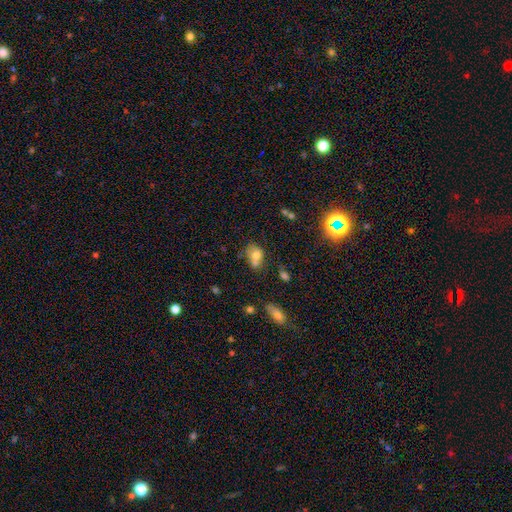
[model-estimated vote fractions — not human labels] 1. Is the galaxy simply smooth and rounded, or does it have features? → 71% smooth, 17% featured or disk, 13% star or artifact.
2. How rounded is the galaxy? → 59% in between, 40% round, 1% cigar-shaped.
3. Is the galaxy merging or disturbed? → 43% merger, 34% none, 16% minor disturbance, 7% major disturbance.